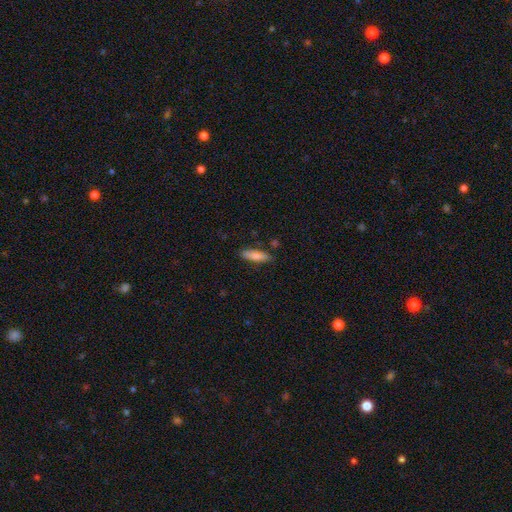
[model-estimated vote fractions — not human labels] Smooth or featured: smooth — 82% (featured or disk — 12%)
How rounded: cigar-shaped — 62% (in between — 36%)
Merging: none — 83% (minor disturbance — 12%)